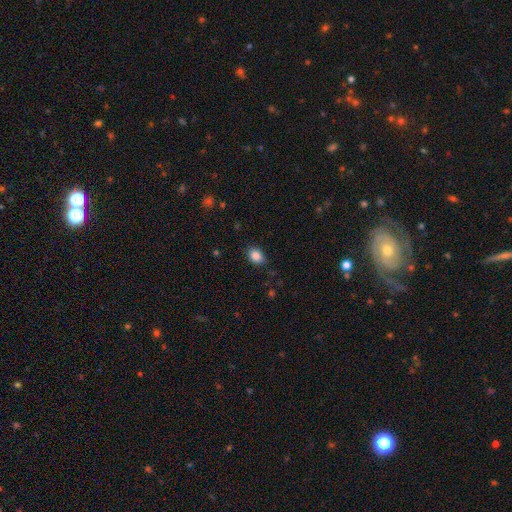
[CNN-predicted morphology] This appears to be a smooth galaxy with no disk features (87%) that is in between round and cigar-shaped (68%). Merging: none (84%).